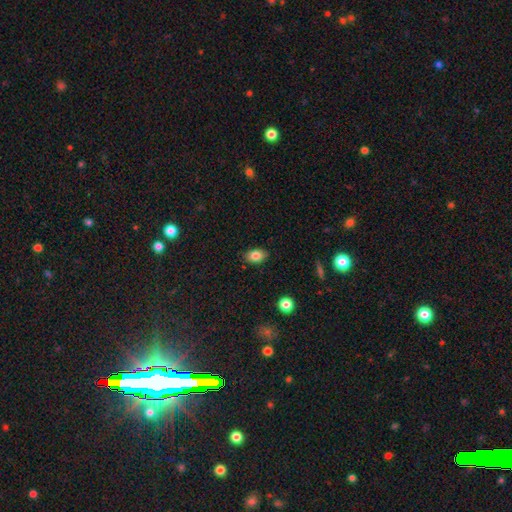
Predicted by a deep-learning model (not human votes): This is clearly a smooth galaxy (83%). How rounded: clearly in between (86%). Merging: clearly none (86%).